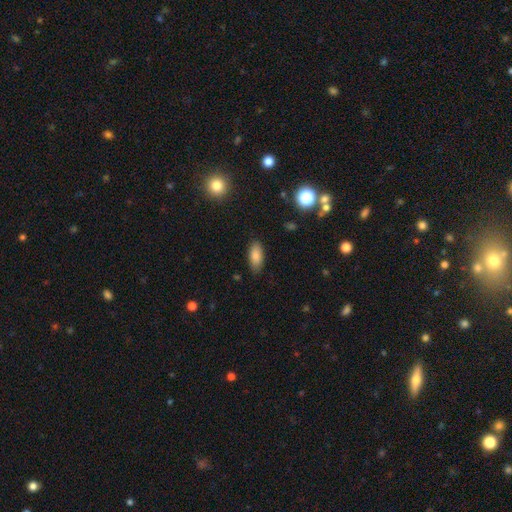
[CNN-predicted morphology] Smooth or featured?
  - smooth: 83% *
  - featured or disk: 8%
  - star or artifact: 8%
How rounded?
  - in between: 87% *
  - cigar-shaped: 10%
  - round: 3%
Merging?
  - none: 86% *
  - minor disturbance: 11%
  - major disturbance: 2%
  - merger: 1%